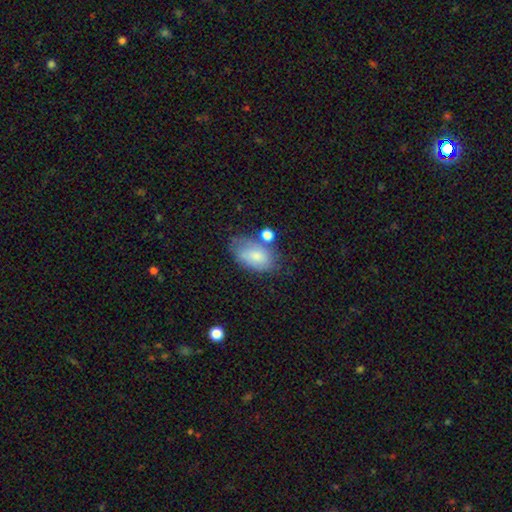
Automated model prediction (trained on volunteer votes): A smooth galaxy with no disk features (74%) that is in between round and cigar-shaped (90%).

Vote fractions:
- Smooth or featured? smooth: 74% / featured or disk: 17% / star or artifact: 9%
- How rounded? in between: 90% / round: 8% / cigar-shaped: 2%
- Merging? none: 53% / minor disturbance: 28% / major disturbance: 10% / merger: 10%